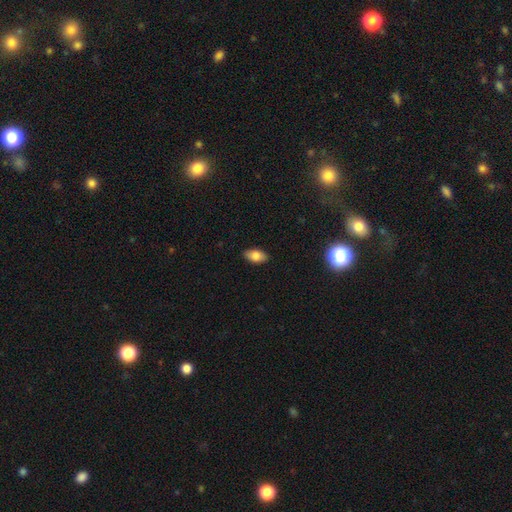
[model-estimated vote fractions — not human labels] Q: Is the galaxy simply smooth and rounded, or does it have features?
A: smooth — 81%.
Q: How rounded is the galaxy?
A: in between — 93%.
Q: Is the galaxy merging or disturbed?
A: none — 89%.